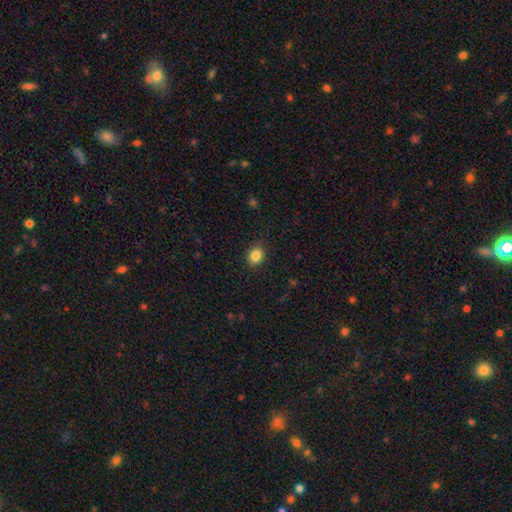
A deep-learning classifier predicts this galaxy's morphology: Smooth or featured? Predicted: smooth (p=0.85). How rounded? Predicted: round (p=0.65). Merging? Predicted: none (p=0.87).